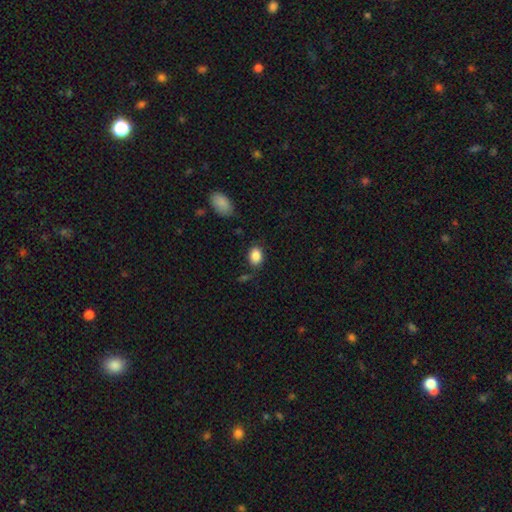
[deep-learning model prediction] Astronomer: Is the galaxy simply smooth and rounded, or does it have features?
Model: smooth — 87%.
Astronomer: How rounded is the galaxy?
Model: in between — 74%.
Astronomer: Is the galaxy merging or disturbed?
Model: none — 78%.